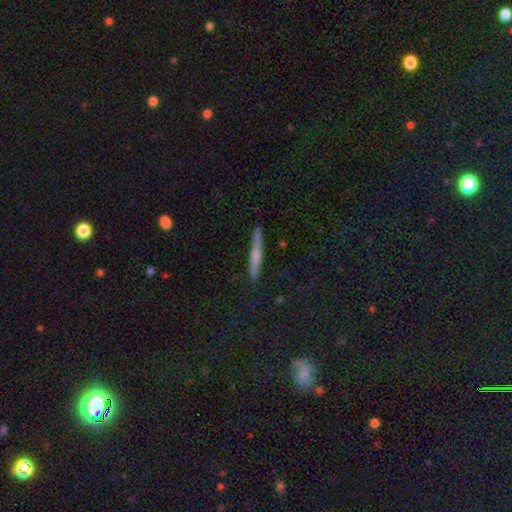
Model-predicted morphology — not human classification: The model was most divided on "smooth or featured": smooth: 52%, featured or disk: 39%, star or artifact: 9%. More confident: how rounded — cigar-shaped (95%); merging — none (88%).